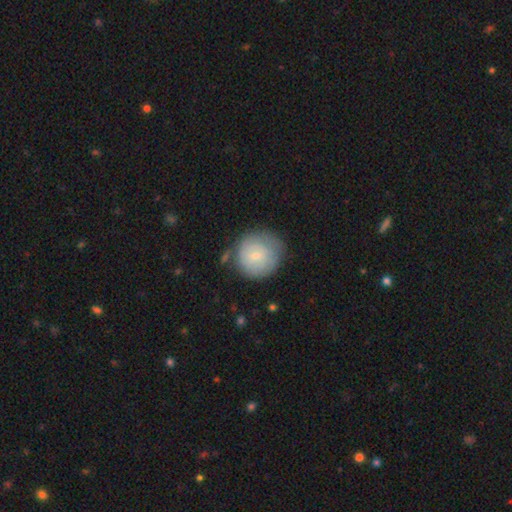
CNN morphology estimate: Overall: smooth (63%; featured or disk 30%). How rounded: round (91%). Merging: none (63%; minor disturbance 24%).